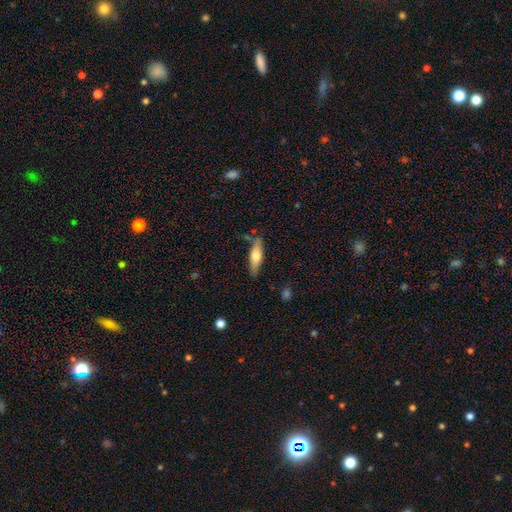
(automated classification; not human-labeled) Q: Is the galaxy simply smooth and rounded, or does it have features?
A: smooth — 55%.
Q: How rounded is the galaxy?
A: cigar-shaped — 60%.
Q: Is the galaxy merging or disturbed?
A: none — 78%.